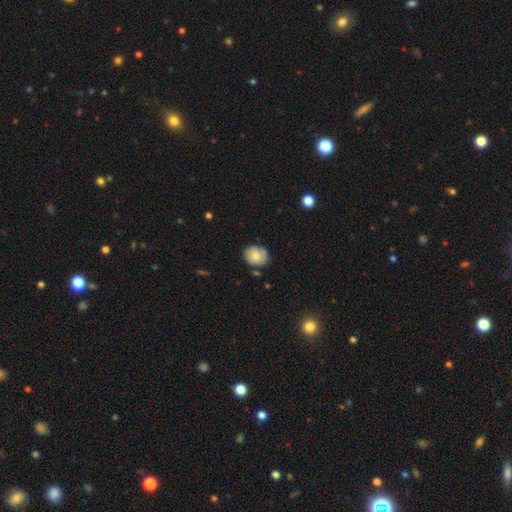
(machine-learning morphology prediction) type=smooth (61%); roundness=round (63%); merging=none (71%).